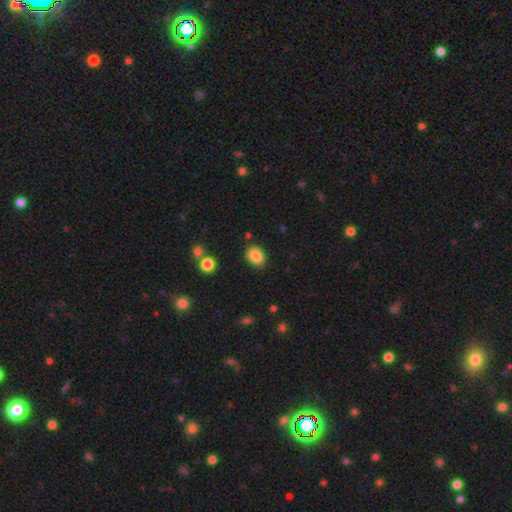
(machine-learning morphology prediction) Q: Smooth or featured?
A: smooth (85%); runner-up: star or artifact (9%)
Q: How rounded?
A: in between (69%); runner-up: round (30%)
Q: Merging?
A: none (80%); runner-up: minor disturbance (14%)